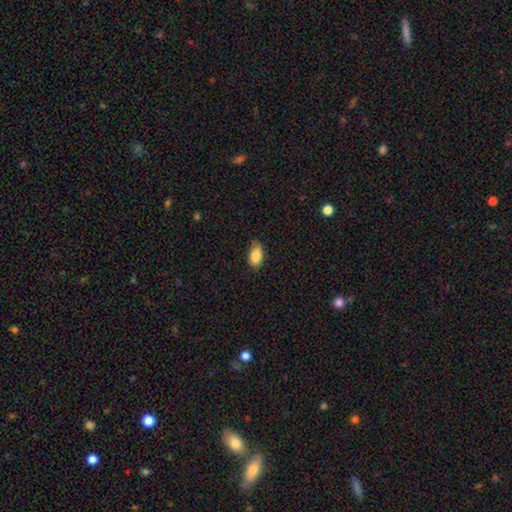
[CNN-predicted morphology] smooth_or_featured: smooth (p=0.86) [alt: star or artifact p=0.07]
how_rounded: in between (p=0.92) [alt: round p=0.04]
merging: none (p=0.77) [alt: minor disturbance p=0.19]